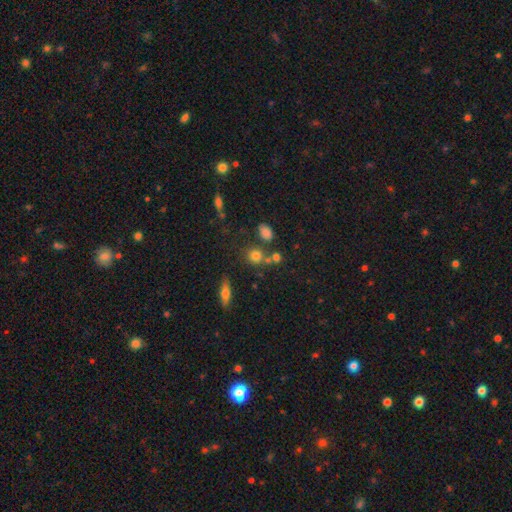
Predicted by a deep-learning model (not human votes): Q: Smooth or featured?
A: smooth (75%); runner-up: star or artifact (15%)
Q: How rounded?
A: round (78%); runner-up: in between (20%)
Q: Merging?
A: none (63%); runner-up: merger (21%)